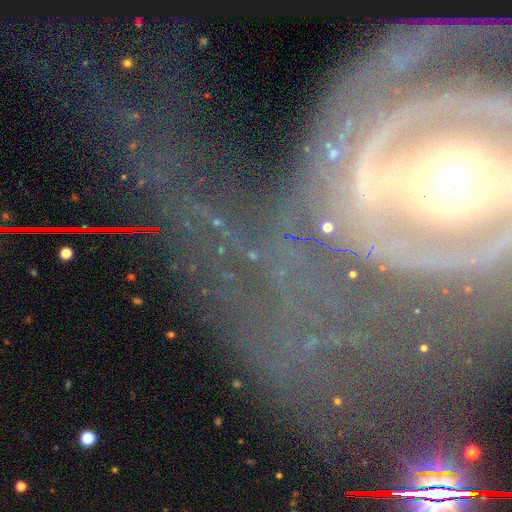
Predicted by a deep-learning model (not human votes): Smooth or featured? featured or disk (81%)
Edge-on disk? no (90%)
Bar? strong (50%)
Spiral arms? yes (74%)
Spiral winding? tight (53%)
Spiral arm count? 2 (41%)
Bulge size? moderate (59%)
Merging? none (54%)